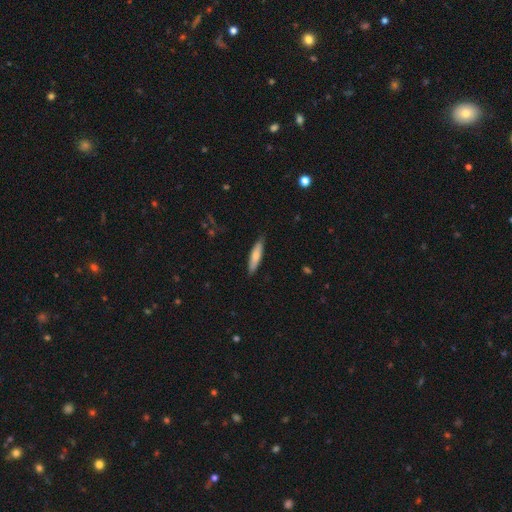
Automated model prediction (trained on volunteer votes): Smooth or featured?
  - smooth: 70% *
  - featured or disk: 25%
  - star or artifact: 6%
How rounded?
  - cigar-shaped: 79% *
  - in between: 19%
  - round: 1%
Merging?
  - none: 85% *
  - minor disturbance: 12%
  - major disturbance: 2%
  - merger: 1%